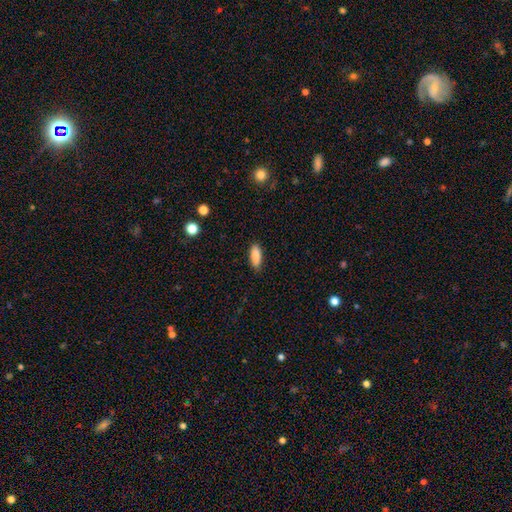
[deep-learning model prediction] Smooth or featured? Predicted: smooth (p=0.87). How rounded? Predicted: in between (p=0.76). Merging? Predicted: none (p=0.86).